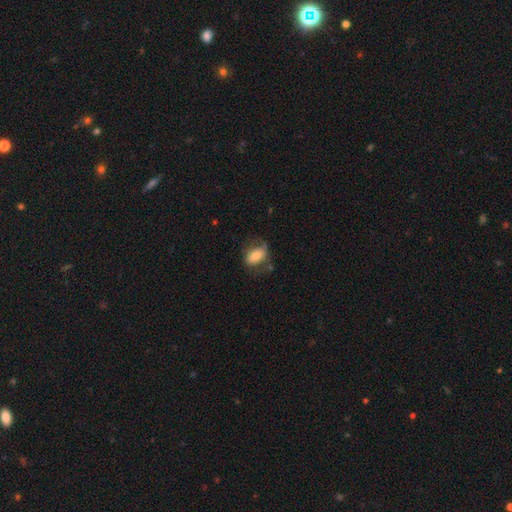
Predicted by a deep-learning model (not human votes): smooth_or_featured: smooth (p=0.64) [alt: featured or disk p=0.29]
how_rounded: in between (p=0.83) [alt: round p=0.15]
merging: none (p=0.53) [alt: minor disturbance p=0.26]